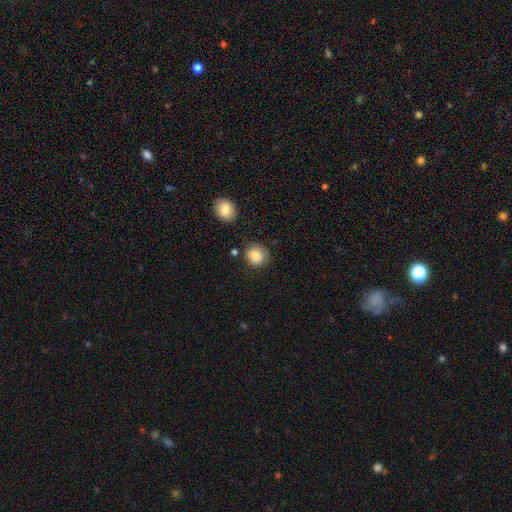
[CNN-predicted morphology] This appears to be a smooth galaxy with no disk features (86%) that is round (82%). Merging: none (76%).